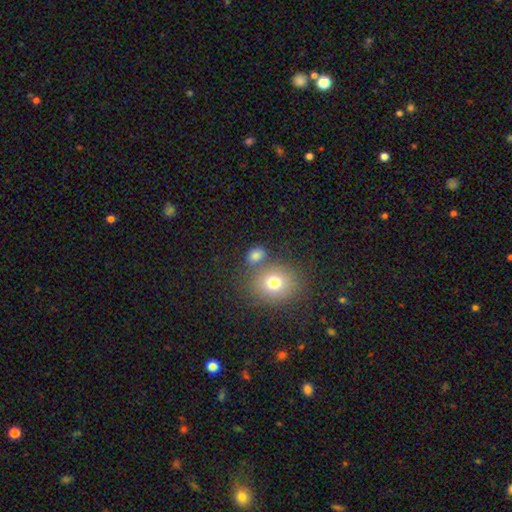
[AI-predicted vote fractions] Smooth or featured? Predicted: smooth (p=0.76). How rounded? Predicted: in between (p=0.58). Merging? Predicted: none (p=0.59).